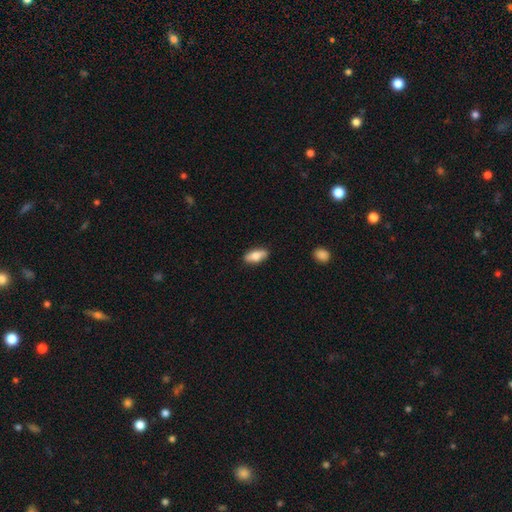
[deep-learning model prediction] smooth_or_featured: smooth (p=0.75) [alt: featured or disk p=0.18]
how_rounded: in between (p=0.80) [alt: cigar-shaped p=0.17]
merging: none (p=0.85) [alt: minor disturbance p=0.11]